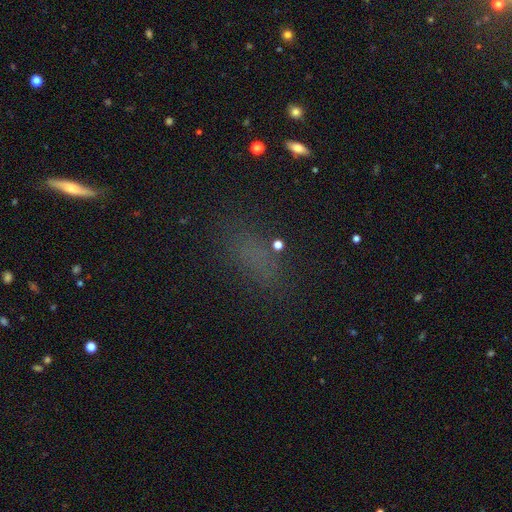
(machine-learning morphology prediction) Overall: smooth (58%; star or artifact 30%). How rounded: in between (67%). Merging: none (78%).